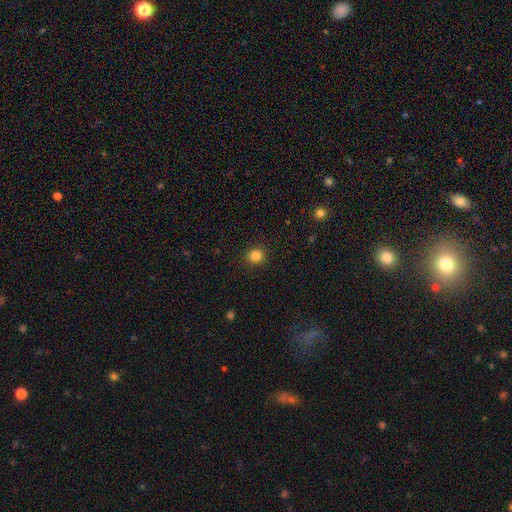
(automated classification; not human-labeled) Smooth or featured: smooth — 84% (star or artifact — 12%)
How rounded: round — 89% (in between — 10%)
Merging: none — 91% (minor disturbance — 6%)